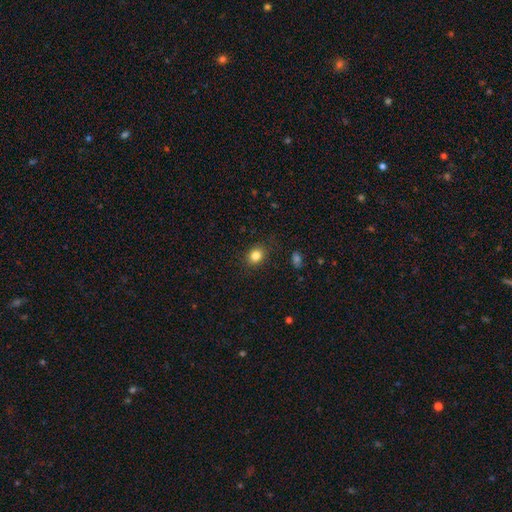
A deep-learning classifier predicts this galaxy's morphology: type=smooth (83%); roundness=round (55%); merging=none (86%).